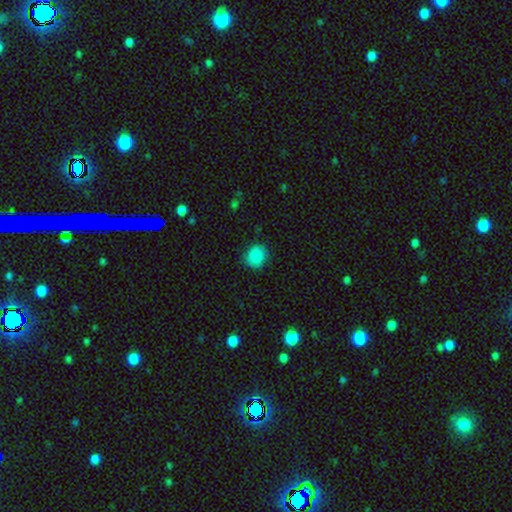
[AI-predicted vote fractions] Smooth or featured: smooth — 87% (star or artifact — 9%)
How rounded: round — 76% (in between — 23%)
Merging: none — 82% (minor disturbance — 14%)